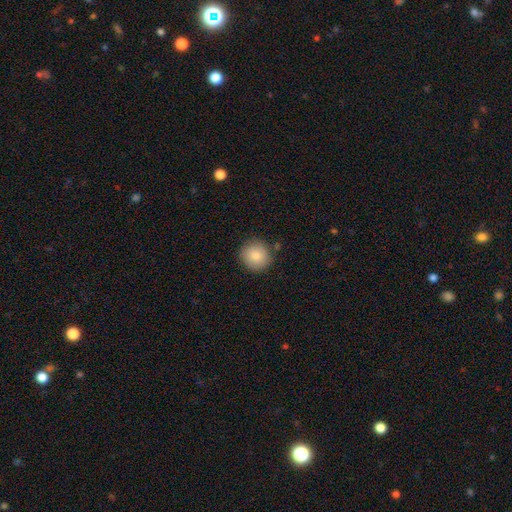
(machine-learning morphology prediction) Smooth or featured? Predicted: smooth (p=0.85). How rounded? Predicted: round (p=0.92). Merging? Predicted: none (p=0.86).